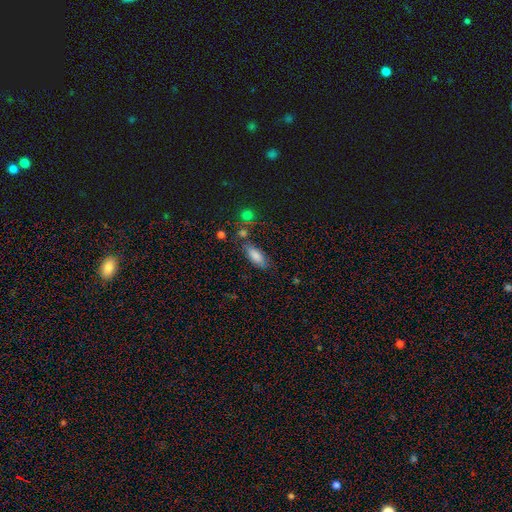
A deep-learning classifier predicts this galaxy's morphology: Smooth or featured? smooth (82%)
How rounded? in between (77%)
Merging? none (68%)